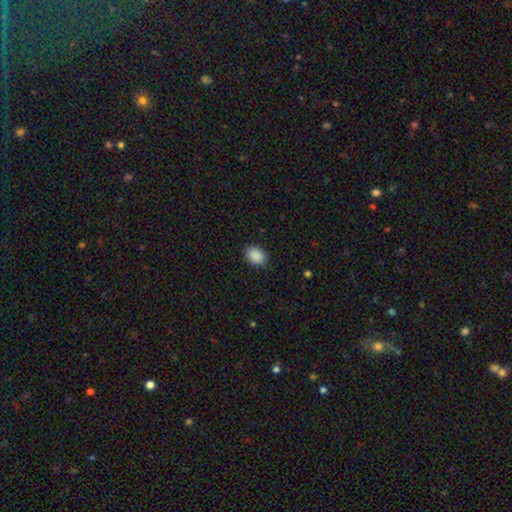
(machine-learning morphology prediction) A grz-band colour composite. It shows a smooth galaxy with no disk features (90%) that is in between round and cigar-shaped (68%). Merging: none (87%).